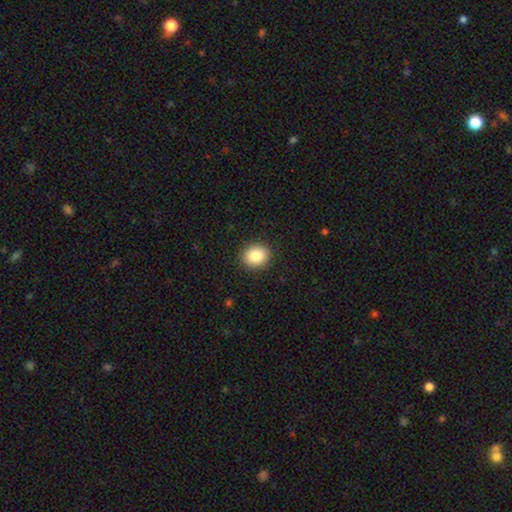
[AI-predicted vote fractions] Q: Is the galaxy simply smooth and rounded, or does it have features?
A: smooth — 87%.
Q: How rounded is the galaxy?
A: round — 68%.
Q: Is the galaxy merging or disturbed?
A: none — 91%.